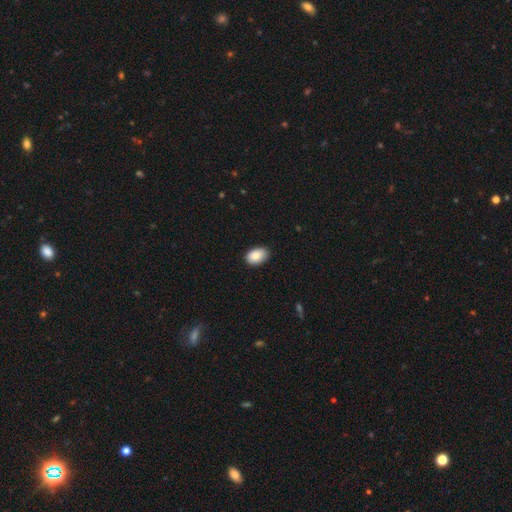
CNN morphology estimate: Smooth or featured? Predicted: smooth (p=0.87). How rounded? Predicted: in between (p=0.89). Merging? Predicted: none (p=0.85).